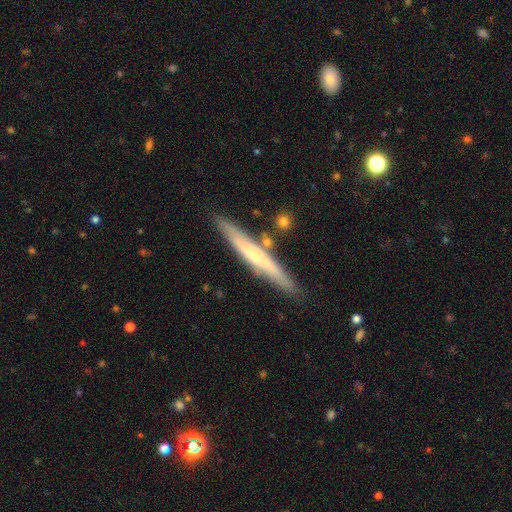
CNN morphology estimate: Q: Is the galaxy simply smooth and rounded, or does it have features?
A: featured or disk — 57%.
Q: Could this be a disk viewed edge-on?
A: yes — 92%.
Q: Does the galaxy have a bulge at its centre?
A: none — 49%.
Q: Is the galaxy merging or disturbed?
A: none — 83%.